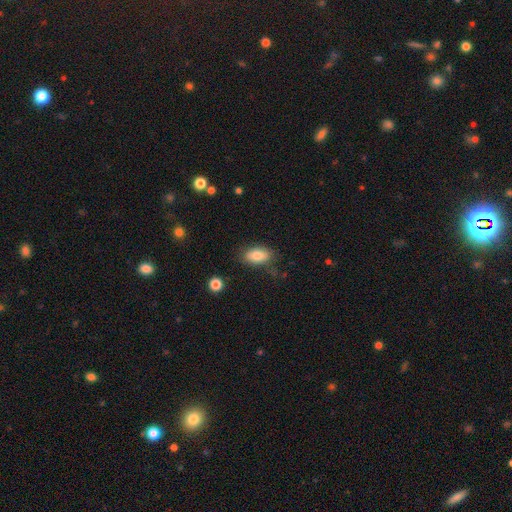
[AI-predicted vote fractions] smooth-or-featured: smooth: 82% | featured or disk: 10% | star or artifact: 8%
  how-rounded: in between: 90% | round: 5% | cigar-shaped: 4%
  merging: none: 77% | minor disturbance: 16% | major disturbance: 4% | merger: 2%